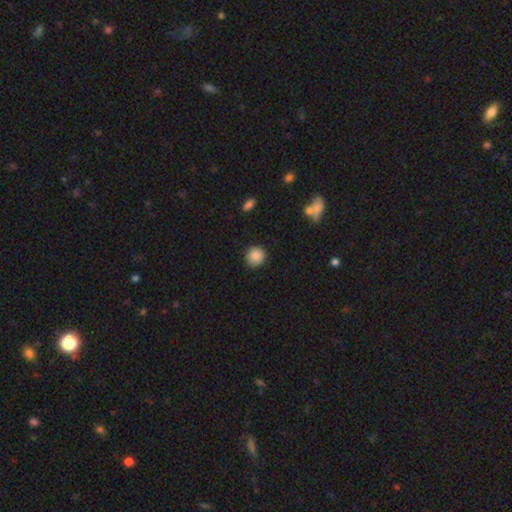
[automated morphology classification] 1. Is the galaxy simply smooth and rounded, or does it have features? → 86% smooth, 9% star or artifact, 5% featured or disk.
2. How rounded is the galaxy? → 88% round, 11% in between, 1% cigar-shaped.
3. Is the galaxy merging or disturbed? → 85% none, 12% minor disturbance, 2% major disturbance, 1% merger.